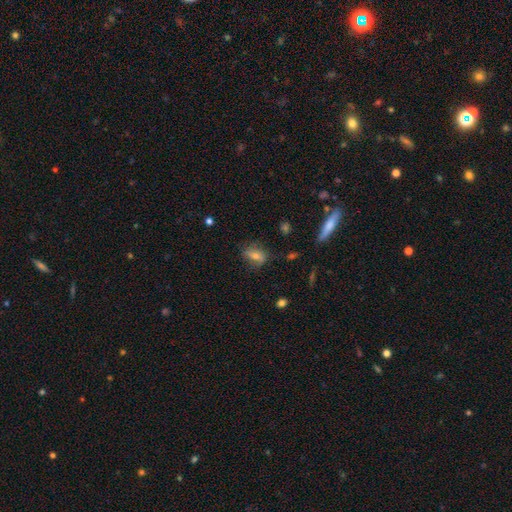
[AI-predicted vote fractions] Smooth or featured?
  - smooth: 56% *
  - featured or disk: 32%
  - star or artifact: 12%
How rounded?
  - in between: 74% *
  - round: 19%
  - cigar-shaped: 7%
Merging?
  - none: 63% *
  - minor disturbance: 24%
  - major disturbance: 10%
  - merger: 2%